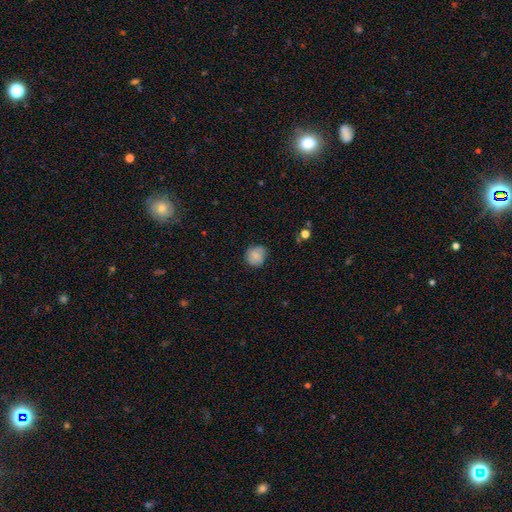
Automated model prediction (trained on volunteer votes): This appears to be a smooth galaxy with no disk features (81%) that is round (86%). Merging: none (74%).